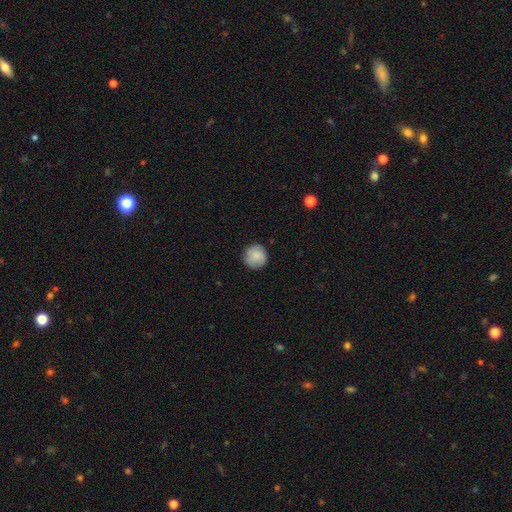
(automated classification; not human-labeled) smooth-or-featured: smooth: 82% | featured or disk: 11% | star or artifact: 7%
  how-rounded: round: 94% | in between: 5% | cigar-shaped: 1%
  merging: none: 86% | minor disturbance: 10% | major disturbance: 2% | merger: 1%